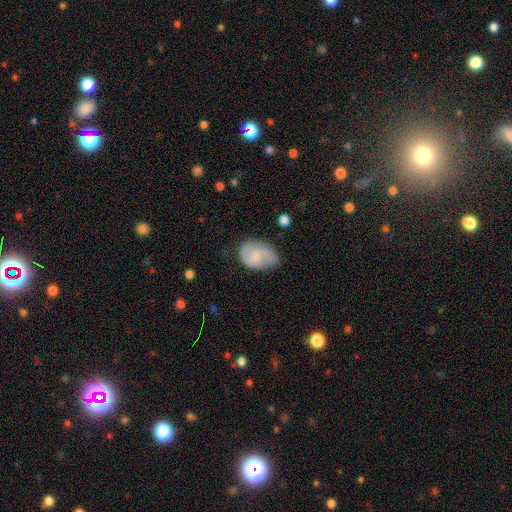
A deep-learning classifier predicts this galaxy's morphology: Smooth or featured? smooth (50%)
Merging? none (60%)